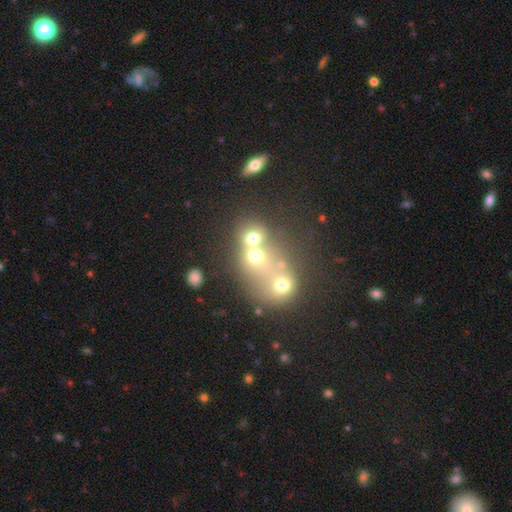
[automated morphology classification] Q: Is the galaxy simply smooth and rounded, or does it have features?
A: smooth — 43%.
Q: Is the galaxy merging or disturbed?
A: merger — 59%.